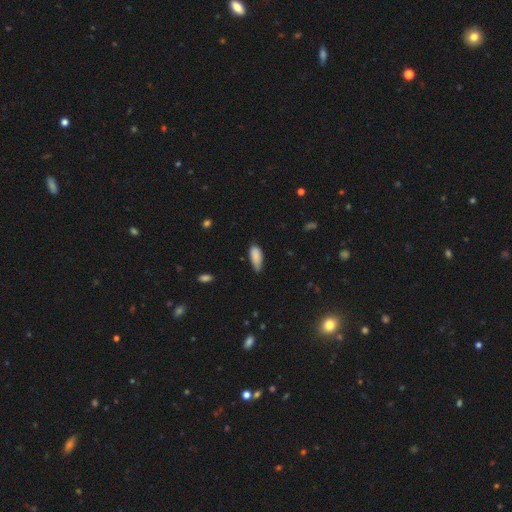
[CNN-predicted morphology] This is clearly a smooth galaxy (87%). How rounded: clearly in between (81%). Merging: possibly none (55%).